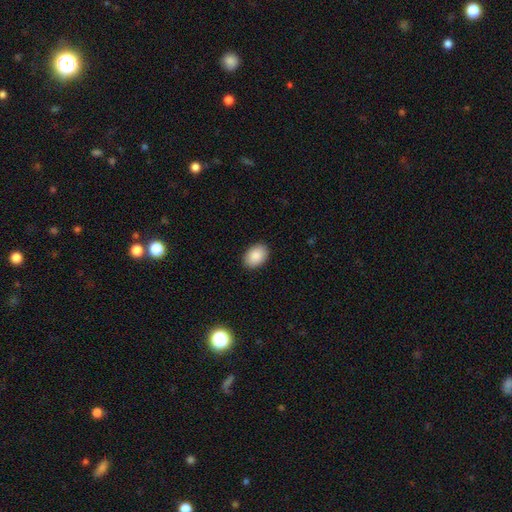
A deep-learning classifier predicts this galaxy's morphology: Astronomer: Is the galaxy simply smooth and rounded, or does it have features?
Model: smooth — 90%.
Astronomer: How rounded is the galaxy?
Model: in between — 82%.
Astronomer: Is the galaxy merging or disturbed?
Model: none — 89%.